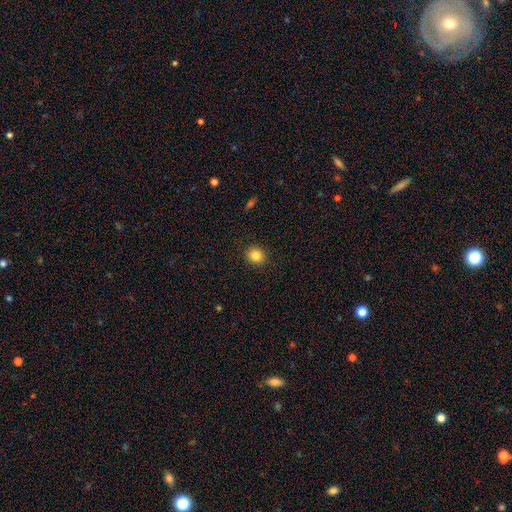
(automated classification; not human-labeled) Smooth or featured?
  - smooth: 85% *
  - star or artifact: 11%
  - featured or disk: 5%
How rounded?
  - round: 82% *
  - in between: 17%
  - cigar-shaped: 1%
Merging?
  - none: 91% *
  - minor disturbance: 6%
  - major disturbance: 2%
  - merger: 1%